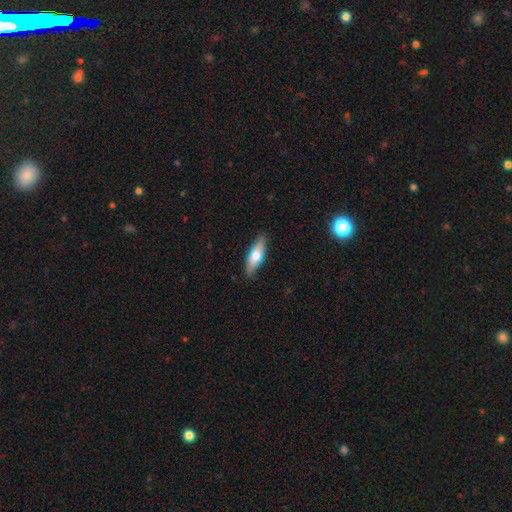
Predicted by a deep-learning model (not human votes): This appears to be a smooth galaxy with no disk features (66%) that is in between round and cigar-shaped (53%). Merging: none (86%).